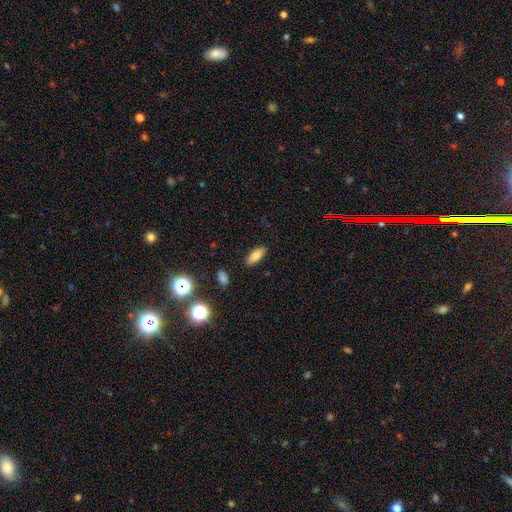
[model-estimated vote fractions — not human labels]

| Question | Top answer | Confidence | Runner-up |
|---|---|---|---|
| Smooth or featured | smooth | 79% | featured or disk (11%) |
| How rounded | in between | 78% | cigar-shaped (19%) |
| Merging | none | 88% | minor disturbance (9%) |